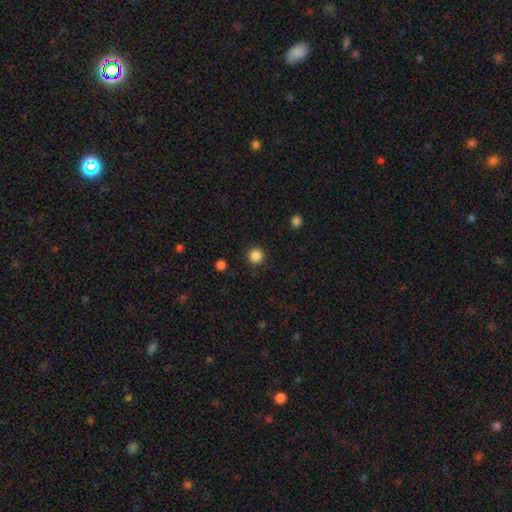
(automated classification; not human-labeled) A smooth galaxy with no disk features (86%) that is round (95%). Merging: none (91%).